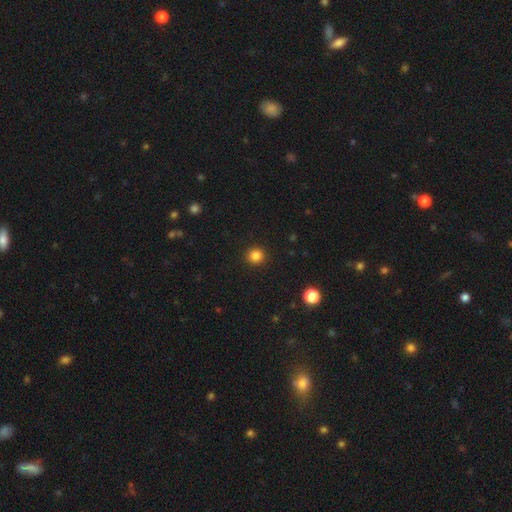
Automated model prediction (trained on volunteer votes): smooth 84%, star or artifact 12%, featured or disk 4%. Down the decision tree: how rounded — round (94%); merging — none (93%).